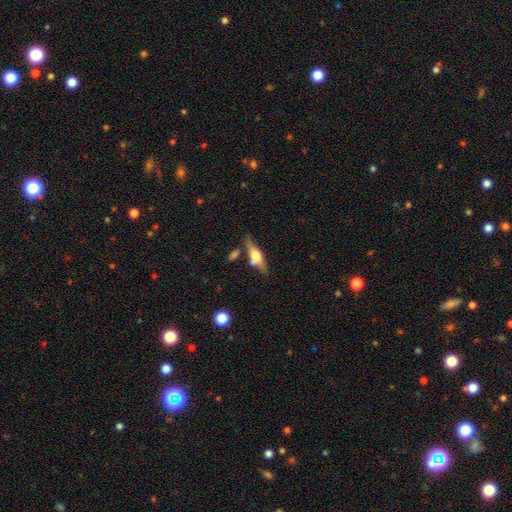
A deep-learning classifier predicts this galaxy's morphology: A featured or disk galaxy (54%) viewed edge-on (90%). Merging: none (66%).